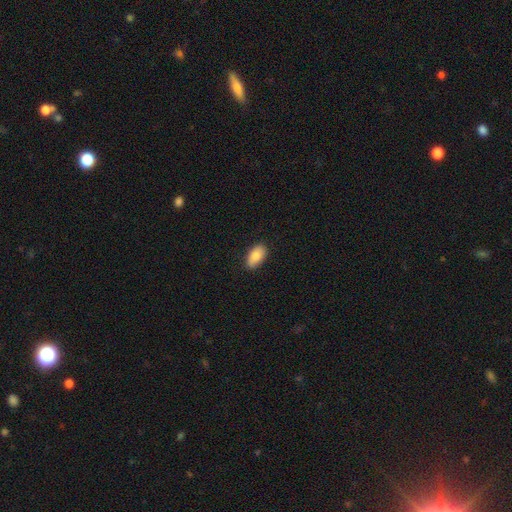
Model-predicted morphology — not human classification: Smooth or featured? smooth (88%)
How rounded? in between (93%)
Merging? none (84%)